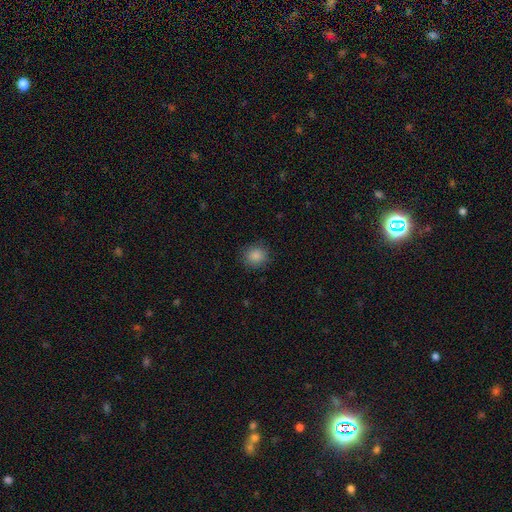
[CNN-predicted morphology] A smooth galaxy with no disk features (87%) that is round (82%). Merging: none (86%).